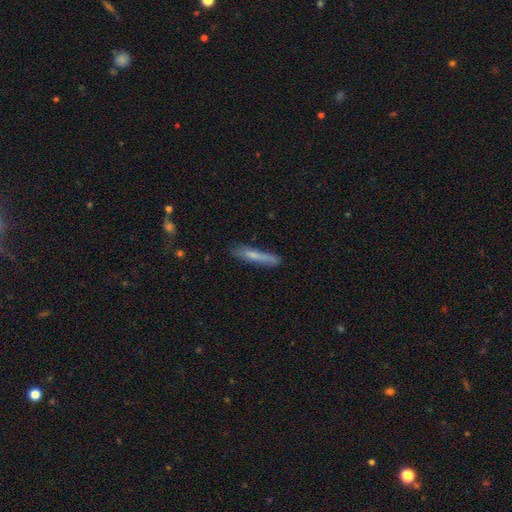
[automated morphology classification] smooth 67%, featured or disk 27%, star or artifact 7%. Down the decision tree: how rounded — cigar-shaped (93%); merging — none (77%).